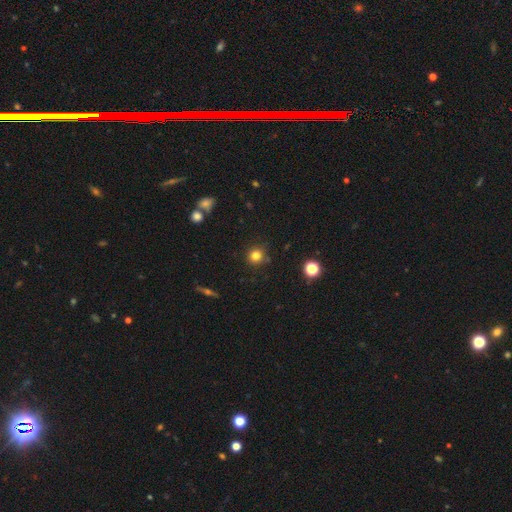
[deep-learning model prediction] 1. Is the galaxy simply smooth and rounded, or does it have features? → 81% smooth, 13% star or artifact, 6% featured or disk.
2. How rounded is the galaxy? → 90% round, 9% in between, 1% cigar-shaped.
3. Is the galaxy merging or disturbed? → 85% none, 9% minor disturbance, 3% merger, 3% major disturbance.